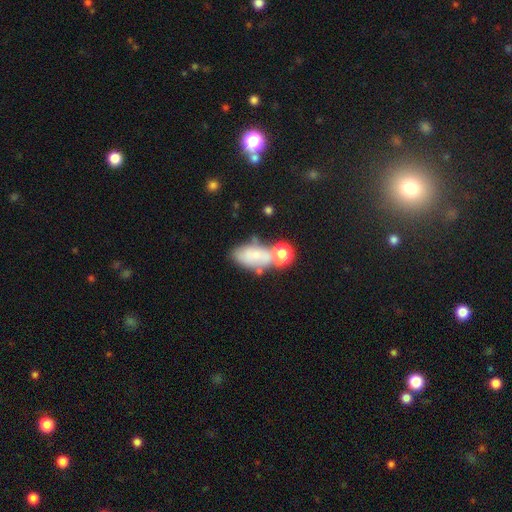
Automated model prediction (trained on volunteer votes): A smooth galaxy with no disk features (63%) that is in between round and cigar-shaped (88%). Merging: none (36%).